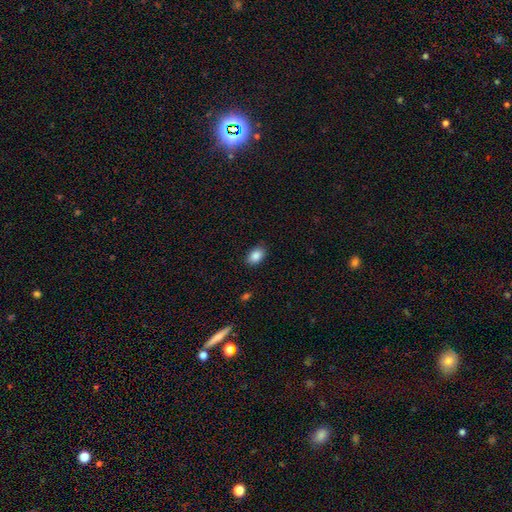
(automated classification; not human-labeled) smooth 88%, star or artifact 8%, featured or disk 4%. Down the decision tree: how rounded — in between (83%); merging — none (86%).